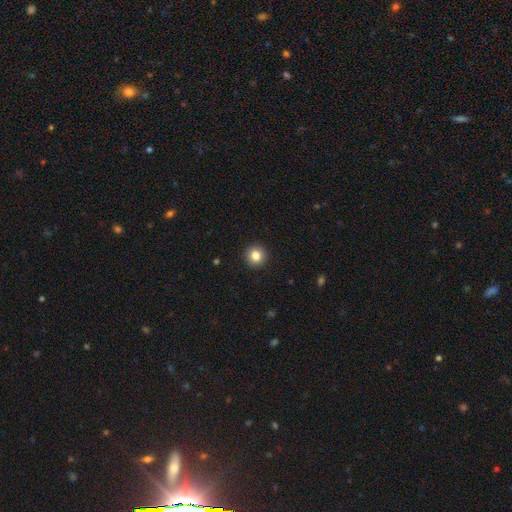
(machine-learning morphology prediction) This is clearly a smooth galaxy (83%). How rounded: clearly round (94%). Merging: clearly none (93%).